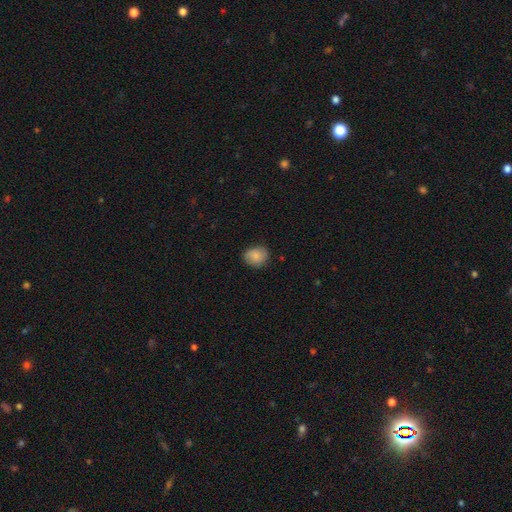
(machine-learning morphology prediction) The model was most divided on "how rounded": round: 68%, in between: 32%, cigar-shaped: 1%. More confident: smooth or featured — smooth (82%); merging — none (77%).